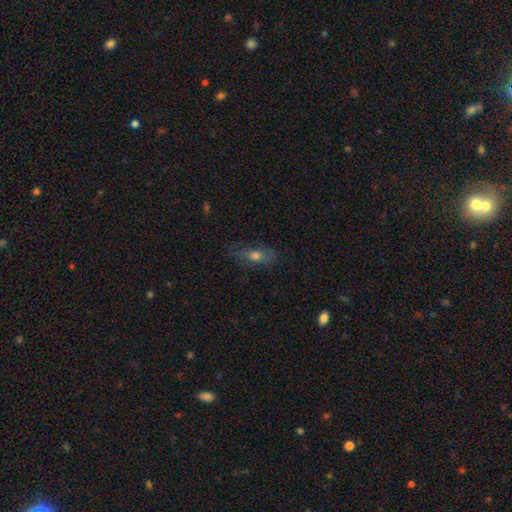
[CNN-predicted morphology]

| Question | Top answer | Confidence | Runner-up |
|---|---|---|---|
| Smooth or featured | smooth | 57% | featured or disk (31%) |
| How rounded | in between | 70% | cigar-shaped (20%) |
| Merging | none | 73% | minor disturbance (19%) |